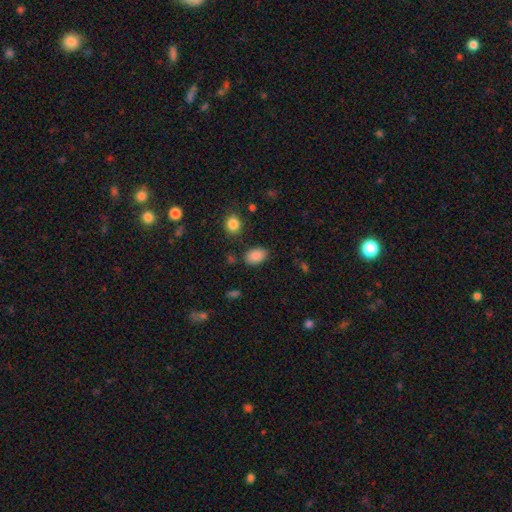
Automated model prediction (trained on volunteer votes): A smooth galaxy with no disk features (88%) that is in between round and cigar-shaped (86%).

Vote fractions:
- Smooth or featured? smooth: 88% / star or artifact: 8% / featured or disk: 4%
- How rounded? in between: 86% / round: 12% / cigar-shaped: 1%
- Merging? none: 81% / minor disturbance: 12% / major disturbance: 4% / merger: 3%